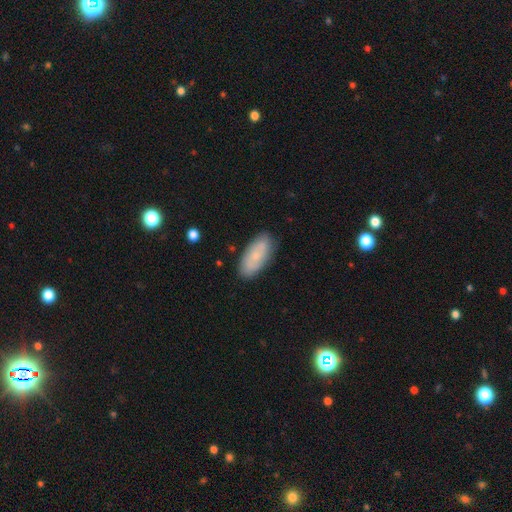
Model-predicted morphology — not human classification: smooth_or_featured: smooth (p=0.63) [alt: featured or disk p=0.30]
how_rounded: in between (p=0.87) [alt: cigar-shaped p=0.11]
merging: none (p=0.83) [alt: minor disturbance p=0.13]